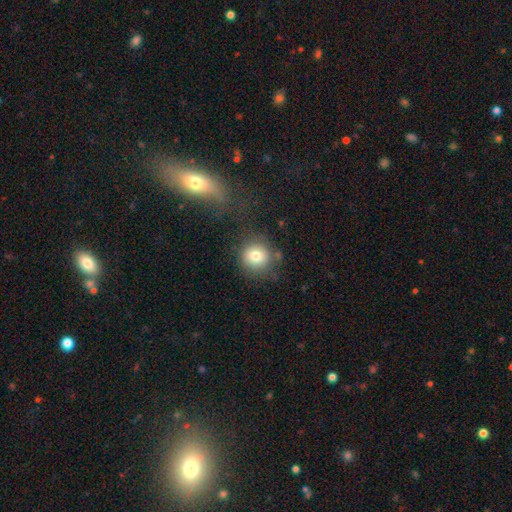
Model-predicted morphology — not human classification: smooth-or-featured: smooth: 79% | star or artifact: 11% | featured or disk: 10%
  how-rounded: round: 89% | in between: 10% | cigar-shaped: 1%
  merging: none: 75% | minor disturbance: 12% | merger: 6% | major disturbance: 6%